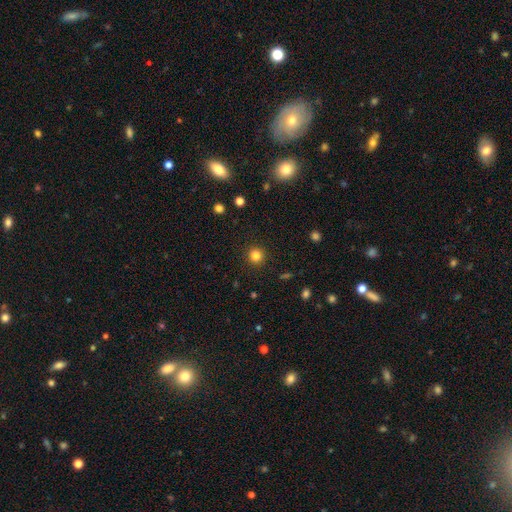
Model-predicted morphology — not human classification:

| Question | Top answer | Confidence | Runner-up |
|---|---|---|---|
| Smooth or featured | smooth | 82% | star or artifact (13%) |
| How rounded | round | 95% | in between (4%) |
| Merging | none | 92% | minor disturbance (5%) |